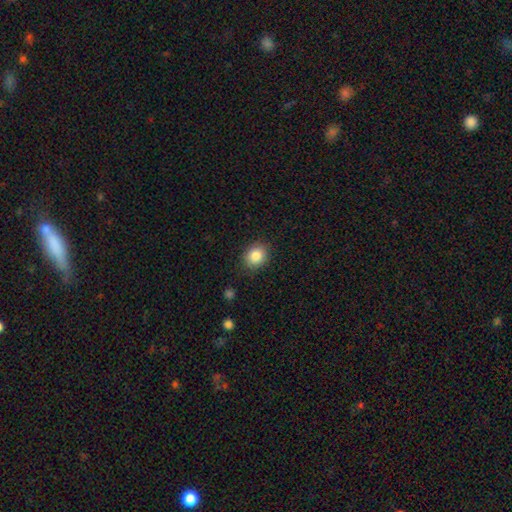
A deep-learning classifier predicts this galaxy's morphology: The model was most divided on "how rounded": round: 60%, in between: 39%, cigar-shaped: 1%. More confident: merging — none (87%); smooth or featured — smooth (84%).